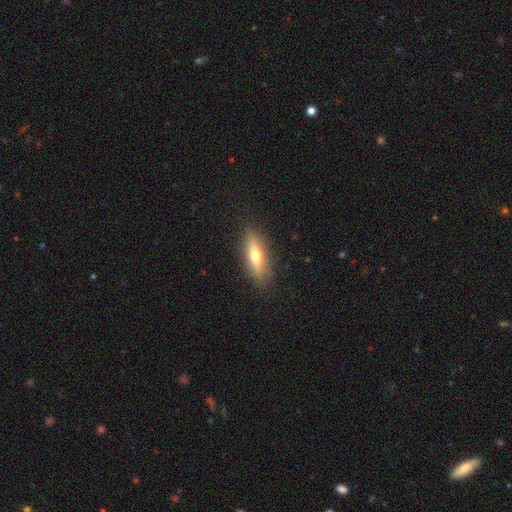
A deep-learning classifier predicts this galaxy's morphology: A smooth galaxy with no disk features (57%) that is cigar-shaped (56%).

Vote fractions:
- Smooth or featured? smooth: 57% / featured or disk: 36% / star or artifact: 7%
- How rounded? cigar-shaped: 56% / in between: 41% / round: 3%
- Merging? none: 86% / minor disturbance: 10% / major disturbance: 3% / merger: 1%